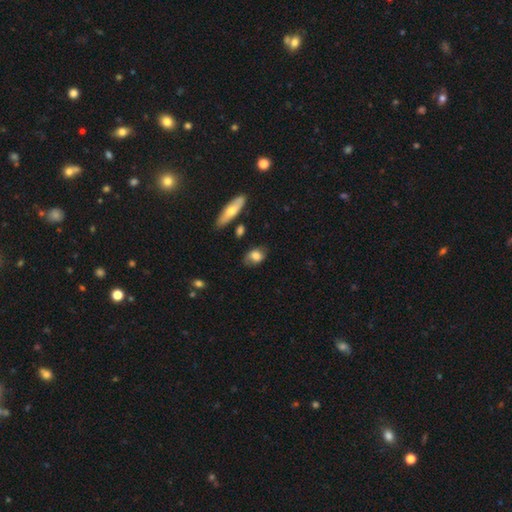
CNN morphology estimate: This appears to be a smooth galaxy with no disk features (72%) that is in between round and cigar-shaped (75%). Merging: none (67%).